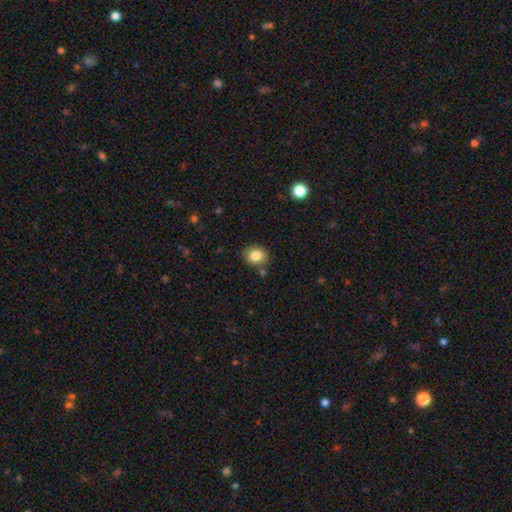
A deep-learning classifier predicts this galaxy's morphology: Overall: smooth (84%). How rounded: round (65%; in between 34%). Merging: none (81%).